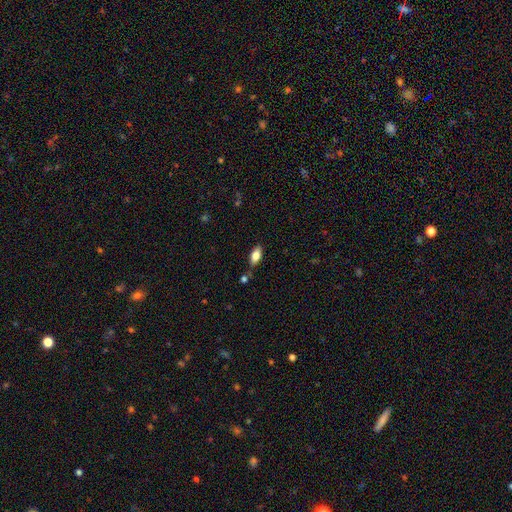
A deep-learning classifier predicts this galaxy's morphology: This appears to be a smooth galaxy with no disk features (76%) that is in between round and cigar-shaped (86%). Merging: none (72%).